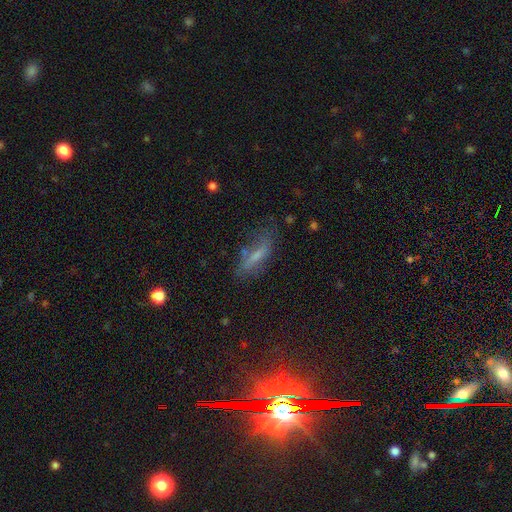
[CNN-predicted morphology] smooth-or-featured: smooth: 56% | featured or disk: 29% | star or artifact: 15%
  how-rounded: cigar-shaped: 57% | in between: 40% | round: 3%
  merging: none: 60% | minor disturbance: 24% | major disturbance: 12% | merger: 4%